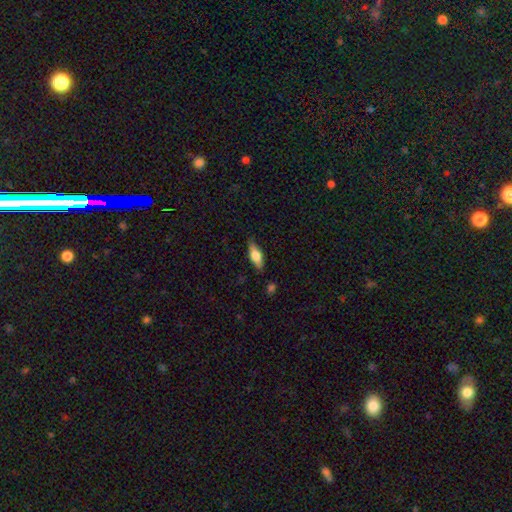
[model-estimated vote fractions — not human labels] smooth_or_featured: smooth (p=0.58) [alt: featured or disk p=0.36]
how_rounded: in between (p=0.65) [alt: cigar-shaped p=0.32]
merging: none (p=0.81) [alt: minor disturbance p=0.14]